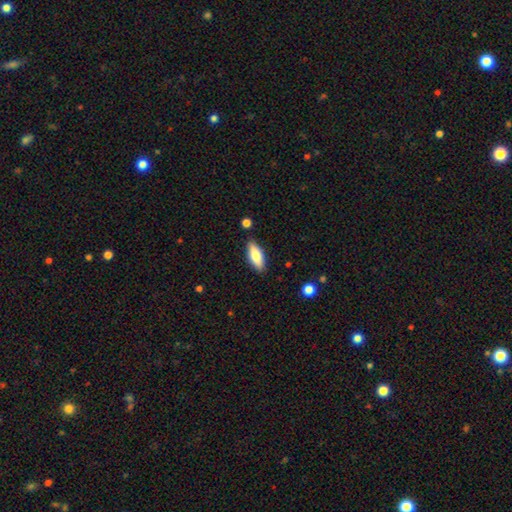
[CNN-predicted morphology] This appears to be a smooth galaxy with no disk features (75%) that is in between round and cigar-shaped (74%). Merging: none (86%).